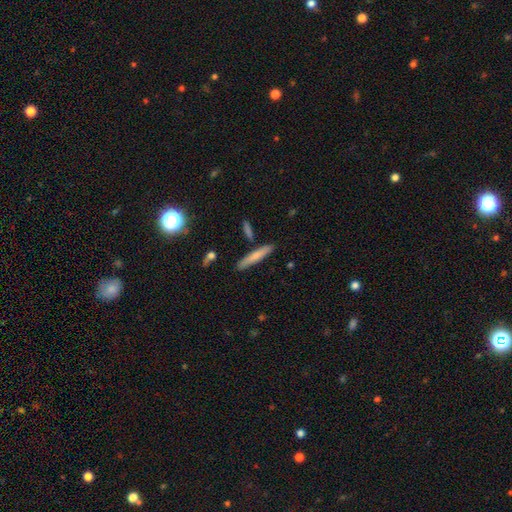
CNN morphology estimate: smooth-or-featured: smooth: 71% | featured or disk: 22% | star or artifact: 7%
  how-rounded: cigar-shaped: 91% | in between: 7% | round: 2%
  merging: none: 84% | minor disturbance: 10% | merger: 4% | major disturbance: 2%